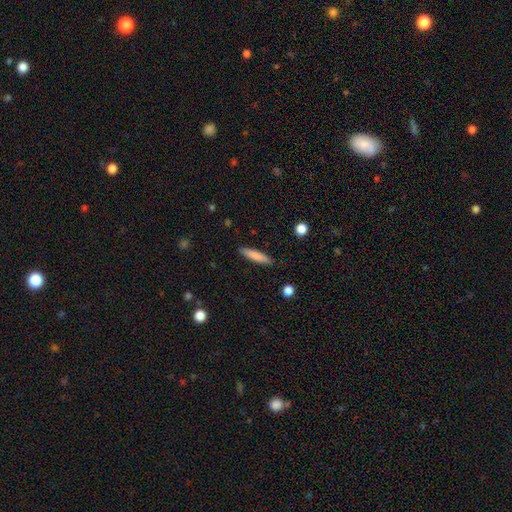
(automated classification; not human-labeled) Q: Smooth or featured?
A: smooth (81%); runner-up: featured or disk (13%)
Q: How rounded?
A: cigar-shaped (87%); runner-up: in between (12%)
Q: Merging?
A: none (89%); runner-up: minor disturbance (8%)